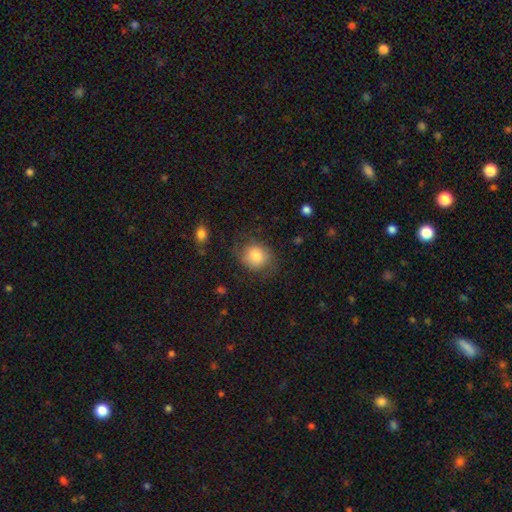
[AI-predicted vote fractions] smooth 78%, featured or disk 14%, star or artifact 8%. Down the decision tree: how rounded — round (69%); merging — none (66%).